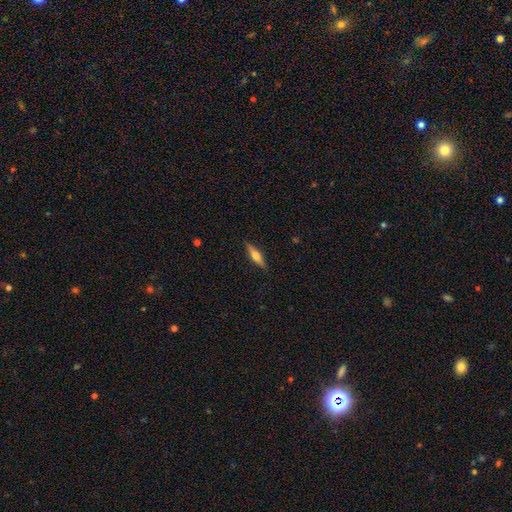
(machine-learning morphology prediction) This is possibly a smooth galaxy (48%). Merging: clearly none (87%).